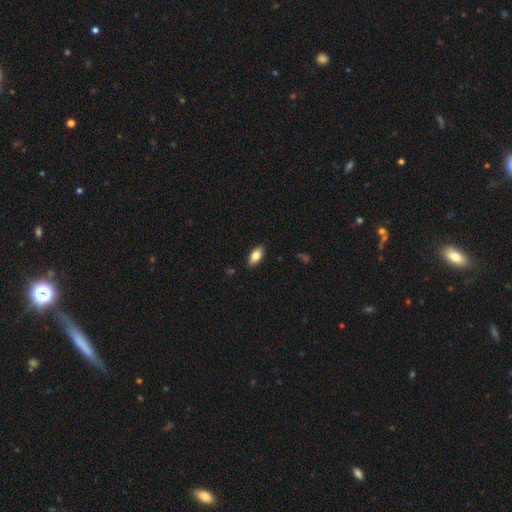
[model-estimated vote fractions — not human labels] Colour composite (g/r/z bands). It shows a smooth galaxy with no disk features (82%) that is in between round and cigar-shaped (90%). Merging: none (87%).